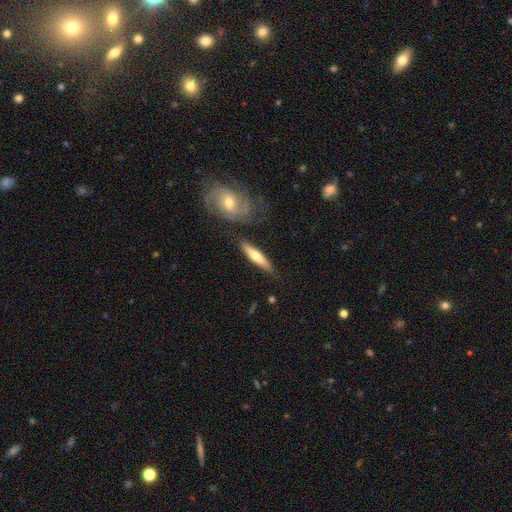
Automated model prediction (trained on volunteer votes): Smooth or featured? smooth (47%, tied with featured or disk)
Merging? none (78%)